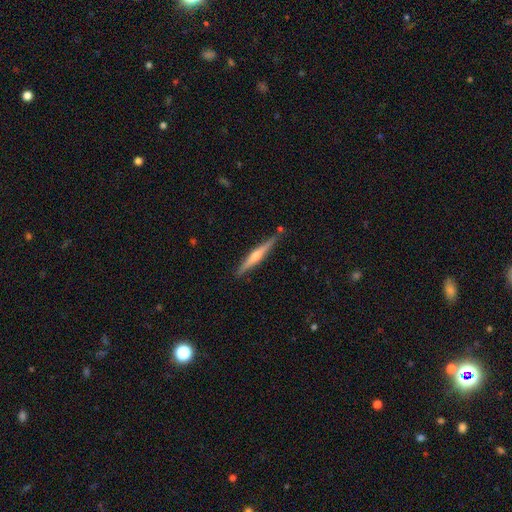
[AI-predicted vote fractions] Overall: featured or disk (65%; smooth 29%). Edge-on disk: yes (98%). Edge-on bulge: rounded (81%). Merging: none (86%).